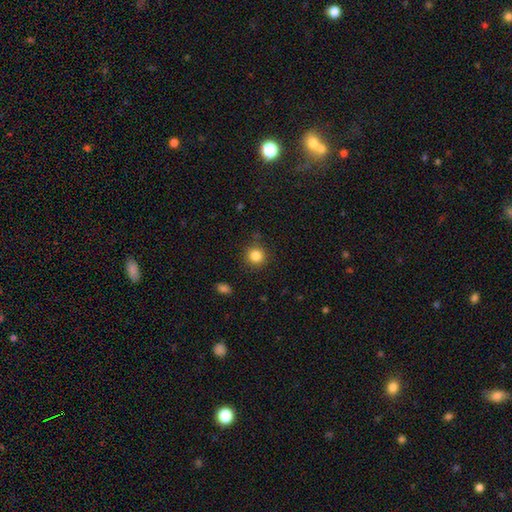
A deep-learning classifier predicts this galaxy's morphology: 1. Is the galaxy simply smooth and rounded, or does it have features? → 85% smooth, 11% star or artifact, 4% featured or disk.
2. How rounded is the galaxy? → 92% round, 7% in between, 1% cigar-shaped.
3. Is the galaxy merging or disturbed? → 86% none, 9% minor disturbance, 3% major disturbance, 2% merger.